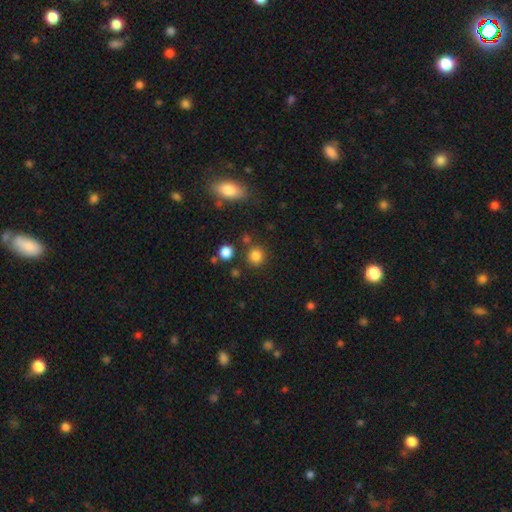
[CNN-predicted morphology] type=smooth (83%); roundness=round (91%); merging=none (83%).